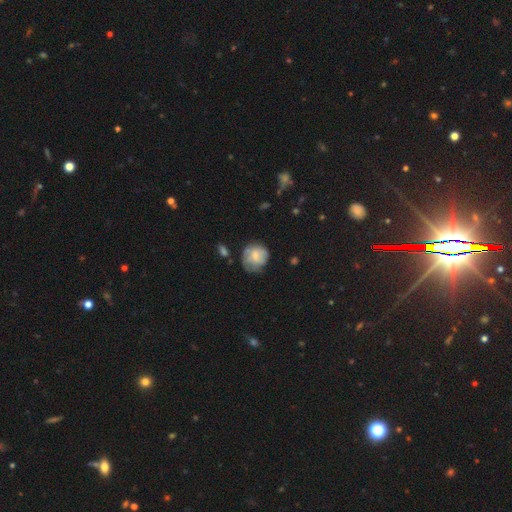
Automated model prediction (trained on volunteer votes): Smooth or featured: smooth — 62% (featured or disk — 30%)
How rounded: round — 80% (in between — 19%)
Merging: none — 54% (minor disturbance — 31%)